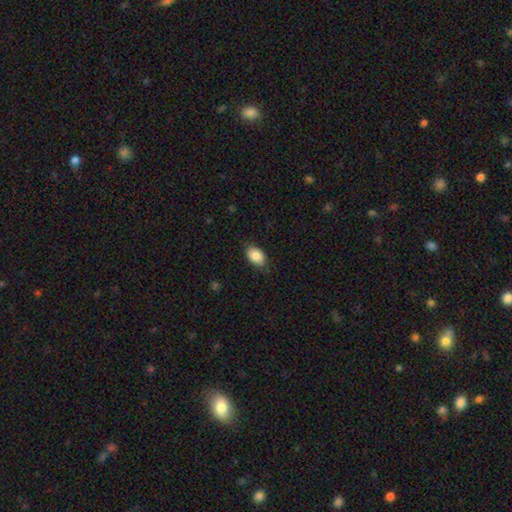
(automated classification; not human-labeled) A smooth galaxy with no disk features (87%) that is in between round and cigar-shaped (87%).

Vote fractions:
- Smooth or featured? smooth: 87% / star or artifact: 7% / featured or disk: 6%
- How rounded? in between: 87% / round: 12% / cigar-shaped: 1%
- Merging? none: 81% / minor disturbance: 15% / major disturbance: 3% / merger: 1%